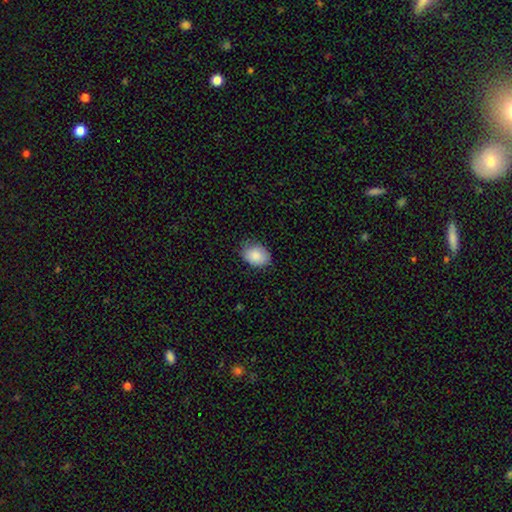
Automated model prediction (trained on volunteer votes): This is clearly a smooth galaxy (87%). How rounded: likely in between (74%). Merging: likely none (77%).